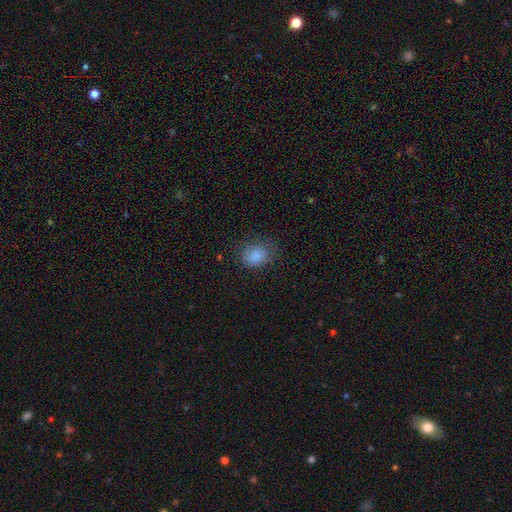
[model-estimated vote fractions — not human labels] Smooth or featured? Predicted: smooth (p=0.85). How rounded? Predicted: in between (p=0.60). Merging? Predicted: none (p=0.68).